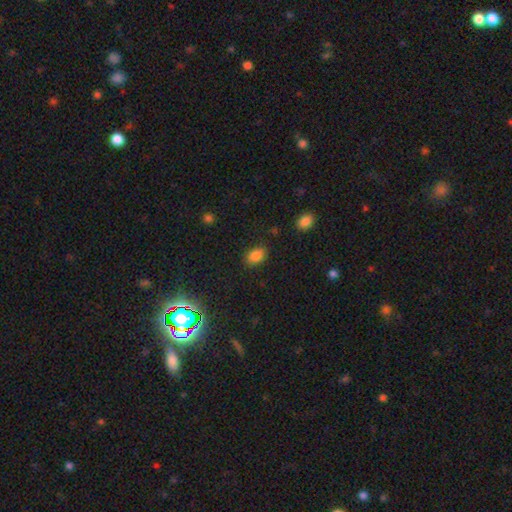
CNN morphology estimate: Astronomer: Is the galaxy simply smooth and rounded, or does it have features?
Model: smooth — 83%.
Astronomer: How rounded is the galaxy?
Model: in between — 81%.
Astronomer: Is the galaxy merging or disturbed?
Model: none — 81%.